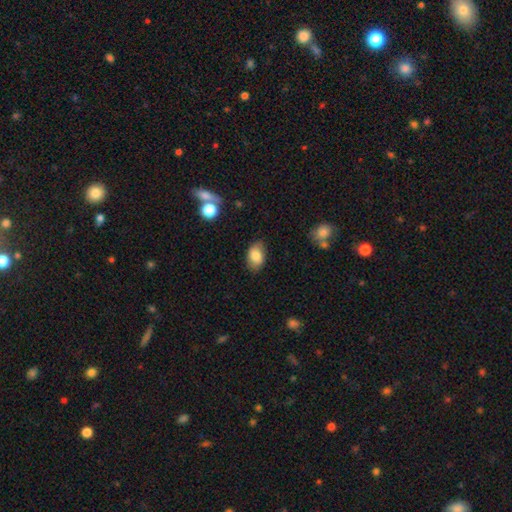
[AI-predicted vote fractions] Smooth or featured: smooth — 82% (featured or disk — 11%)
How rounded: in between — 89% (round — 10%)
Merging: none — 82% (minor disturbance — 14%)